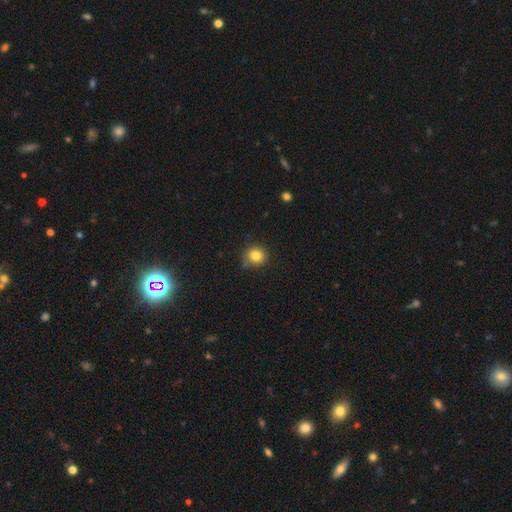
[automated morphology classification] Smooth or featured?
  - smooth: 83% *
  - star or artifact: 11%
  - featured or disk: 6%
How rounded?
  - round: 88% *
  - in between: 11%
  - cigar-shaped: 1%
Merging?
  - none: 80% *
  - minor disturbance: 15%
  - major disturbance: 3%
  - merger: 2%